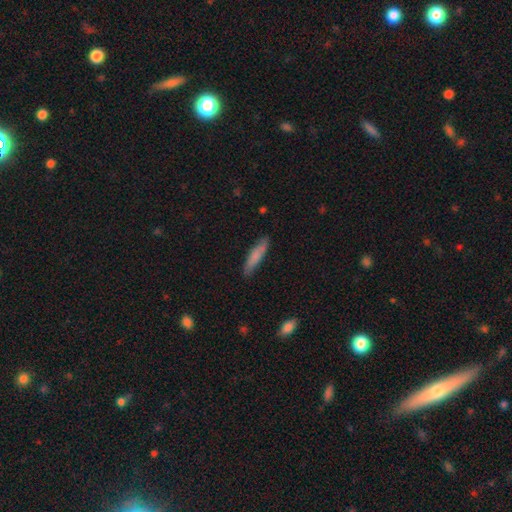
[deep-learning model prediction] Q: Smooth or featured?
A: smooth (77%); runner-up: featured or disk (17%)
Q: How rounded?
A: cigar-shaped (83%); runner-up: in between (16%)
Q: Merging?
A: none (84%); runner-up: minor disturbance (12%)